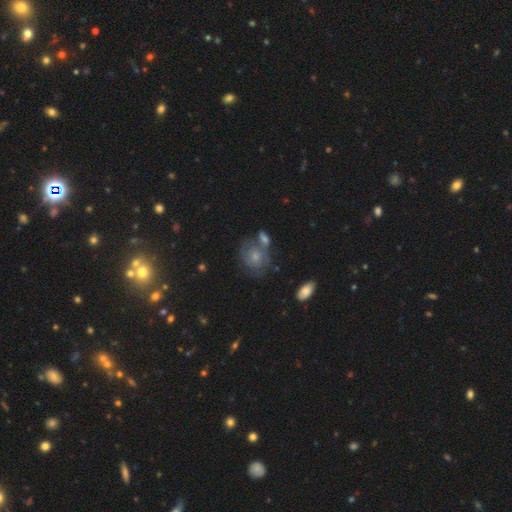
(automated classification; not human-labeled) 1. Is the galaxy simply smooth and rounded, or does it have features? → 46% smooth, 41% featured or disk, 14% star or artifact.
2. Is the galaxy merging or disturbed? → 54% none, 19% merger, 18% minor disturbance, 9% major disturbance.